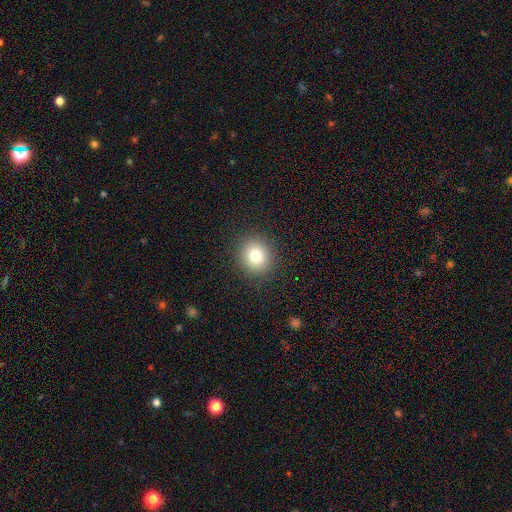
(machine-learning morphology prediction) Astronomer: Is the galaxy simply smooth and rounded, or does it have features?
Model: smooth — 80%.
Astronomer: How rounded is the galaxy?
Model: round — 86%.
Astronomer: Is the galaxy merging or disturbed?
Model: none — 91%.